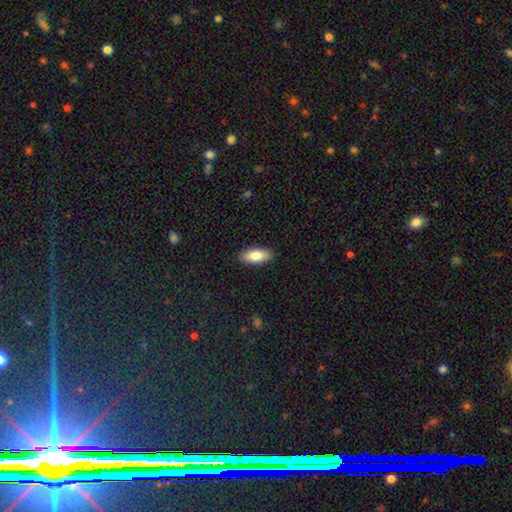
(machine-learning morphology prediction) Smooth or featured? Predicted: smooth (p=0.79). How rounded? Predicted: in between (p=0.83). Merging? Predicted: none (p=0.89).